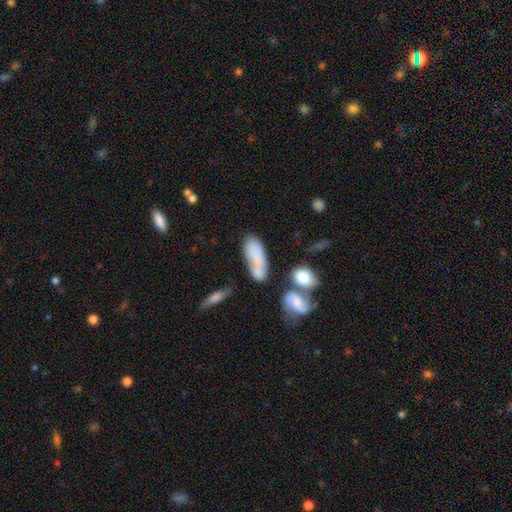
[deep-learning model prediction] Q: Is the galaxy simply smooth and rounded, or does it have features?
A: smooth — 67%.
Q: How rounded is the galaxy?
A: in between — 72%.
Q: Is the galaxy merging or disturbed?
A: none — 39%.